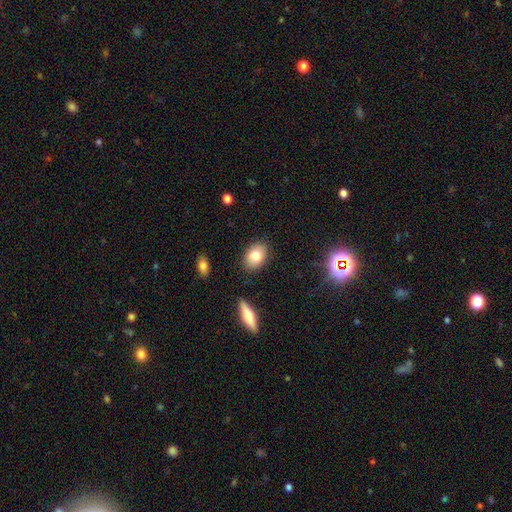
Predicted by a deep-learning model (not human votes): Smooth or featured?
  - smooth: 79% *
  - featured or disk: 13%
  - star or artifact: 8%
How rounded?
  - in between: 79% *
  - round: 19%
  - cigar-shaped: 2%
Merging?
  - none: 86% *
  - minor disturbance: 9%
  - major disturbance: 2%
  - merger: 2%